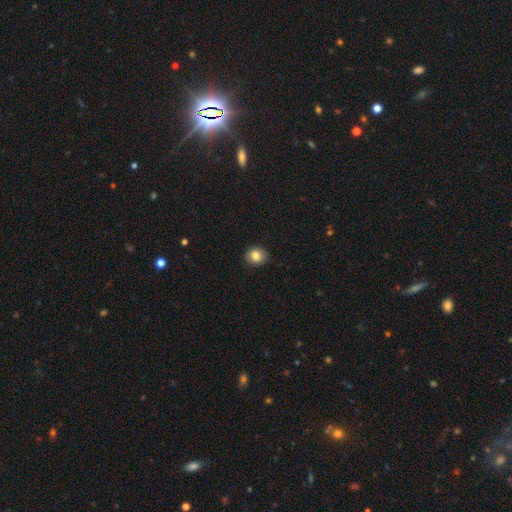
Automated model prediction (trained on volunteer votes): smooth_or_featured: smooth (p=0.85) [alt: star or artifact p=0.09]
how_rounded: round (p=0.71) [alt: in between p=0.28]
merging: none (p=0.89) [alt: minor disturbance p=0.08]